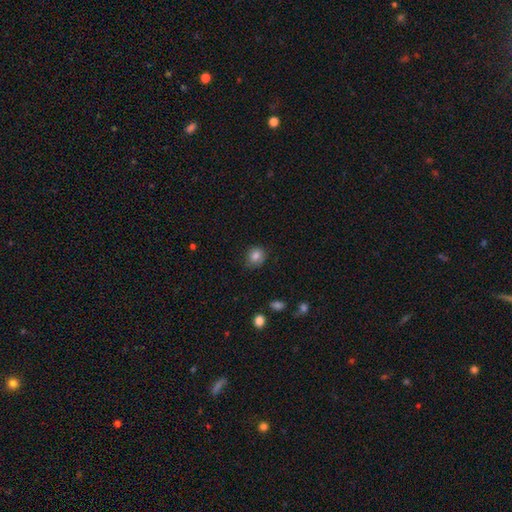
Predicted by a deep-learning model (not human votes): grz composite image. It shows a smooth galaxy with no disk features (84%) that is round (71%). Merging: none (77%).